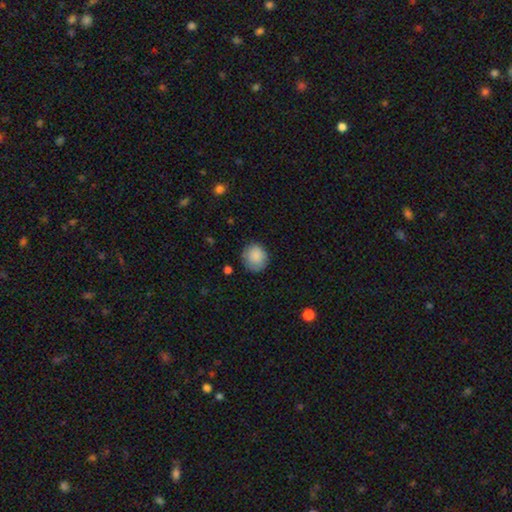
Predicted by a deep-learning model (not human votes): This appears to be a smooth galaxy with no disk features (86%) that is round (87%). Merging: none (81%).